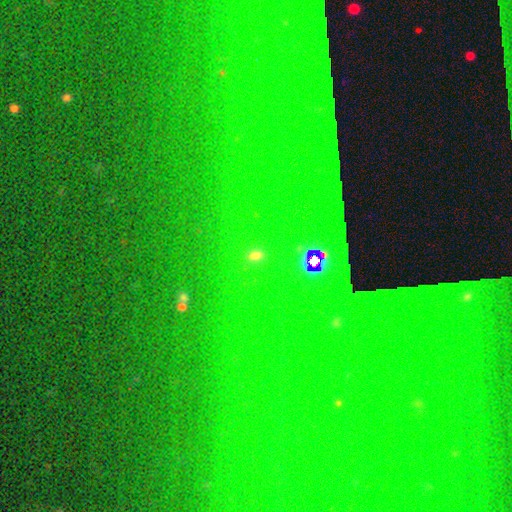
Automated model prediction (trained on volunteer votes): smooth_or_featured: star or artifact (p=0.47) [alt: smooth p=0.41]